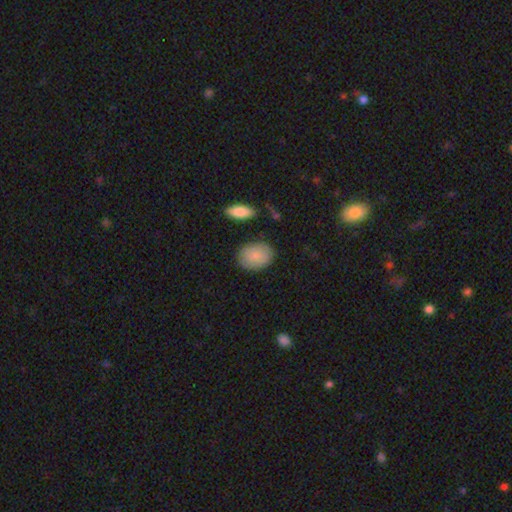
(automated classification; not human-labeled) Smooth or featured? smooth (83%)
How rounded? in between (77%)
Merging? none (82%)